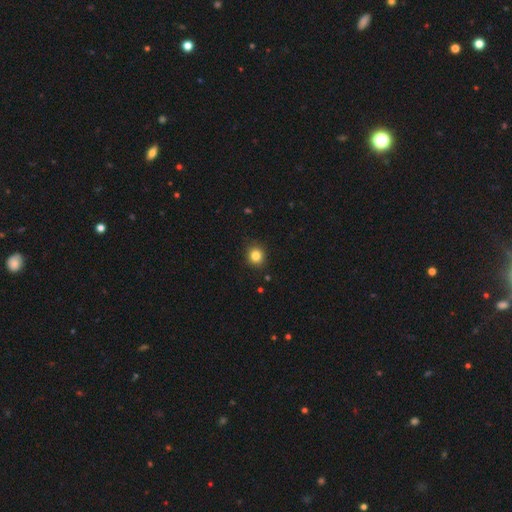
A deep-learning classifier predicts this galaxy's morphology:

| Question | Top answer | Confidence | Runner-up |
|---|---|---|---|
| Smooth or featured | smooth | 83% | star or artifact (12%) |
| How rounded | round | 83% | in between (16%) |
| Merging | none | 88% | minor disturbance (9%) |